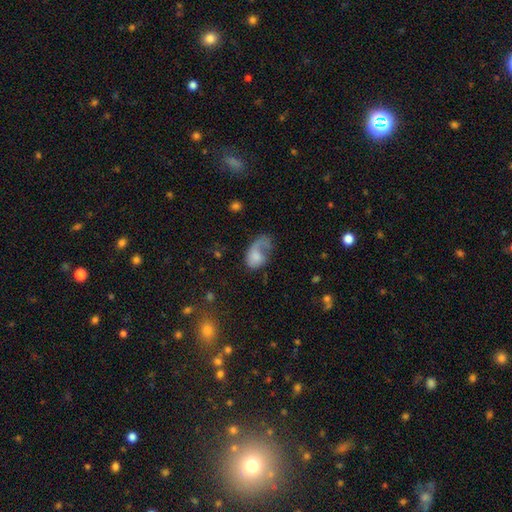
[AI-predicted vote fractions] smooth-or-featured: smooth: 52% | featured or disk: 39% | star or artifact: 9%
  how-rounded: in between: 82% | round: 16% | cigar-shaped: 2%
  merging: major disturbance: 54% | none: 23% | minor disturbance: 17% | merger: 6%